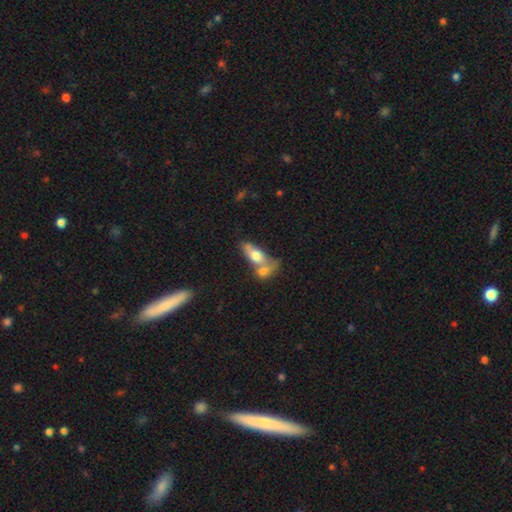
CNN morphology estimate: type=smooth (64%); roundness=in between (73%); merging=merger (62%).